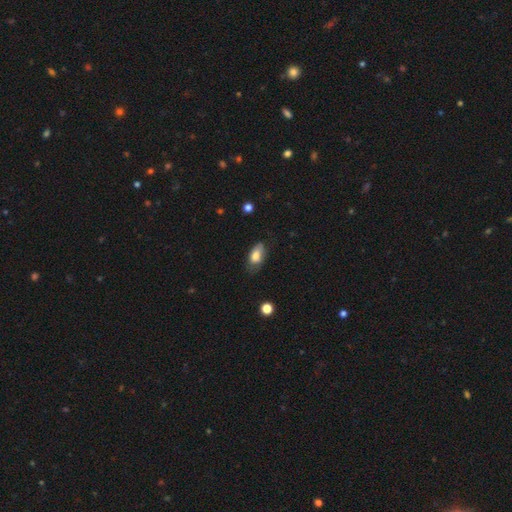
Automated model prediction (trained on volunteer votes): Smooth or featured? smooth (74%)
How rounded? in between (91%)
Merging? none (61%)